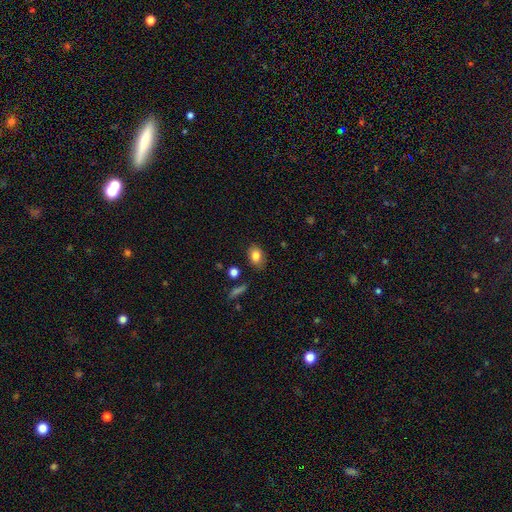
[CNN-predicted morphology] smooth-or-featured: smooth: 83% | star or artifact: 9% | featured or disk: 8%
  how-rounded: in between: 78% | round: 21% | cigar-shaped: 1%
  merging: none: 82% | minor disturbance: 12% | major disturbance: 3% | merger: 3%